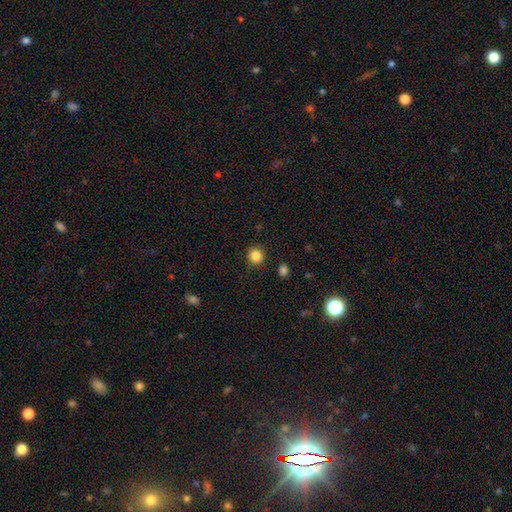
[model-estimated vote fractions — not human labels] The model was most divided on "smooth or featured": smooth: 85%, star or artifact: 11%, featured or disk: 4%. More confident: how rounded — round (90%); merging — none (89%).